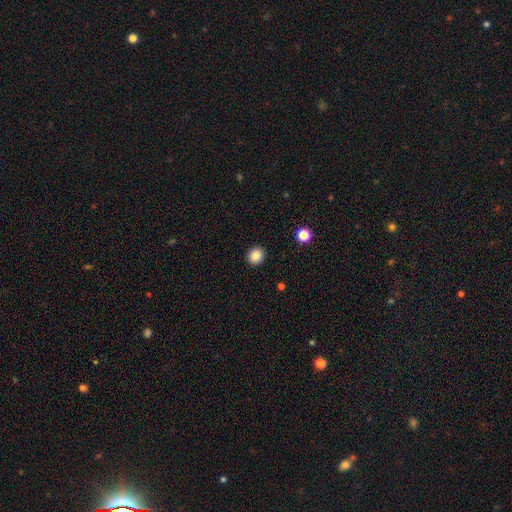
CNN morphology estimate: Q: Smooth or featured?
A: smooth (87%); runner-up: star or artifact (10%)
Q: How rounded?
A: round (78%); runner-up: in between (21%)
Q: Merging?
A: none (91%); runner-up: minor disturbance (6%)